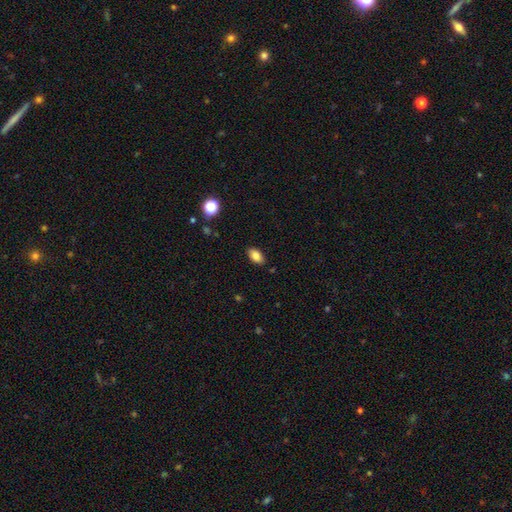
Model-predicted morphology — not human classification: Overall: smooth (83%). How rounded: in between (91%). Merging: none (87%).